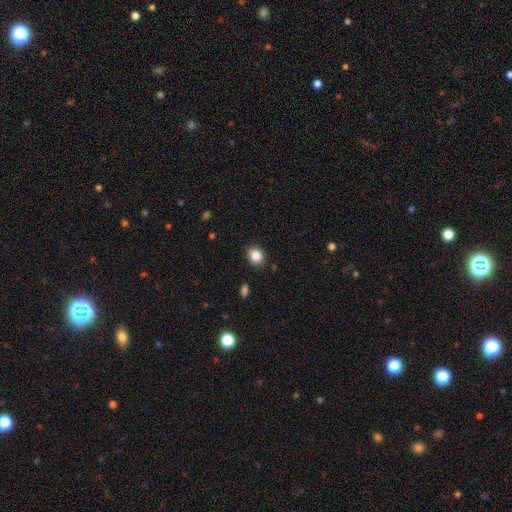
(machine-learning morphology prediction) smooth_or_featured: smooth (p=0.86) [alt: star or artifact p=0.10]
how_rounded: round (p=0.69) [alt: in between p=0.30]
merging: none (p=0.88) [alt: minor disturbance p=0.08]